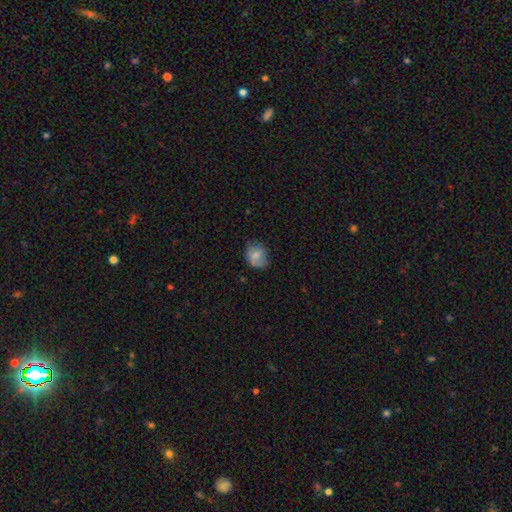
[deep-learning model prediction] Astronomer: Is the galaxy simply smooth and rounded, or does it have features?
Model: smooth — 73%.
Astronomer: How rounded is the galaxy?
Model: round — 52% (runner-up: in between, 47%).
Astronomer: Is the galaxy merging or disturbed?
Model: none — 60%.